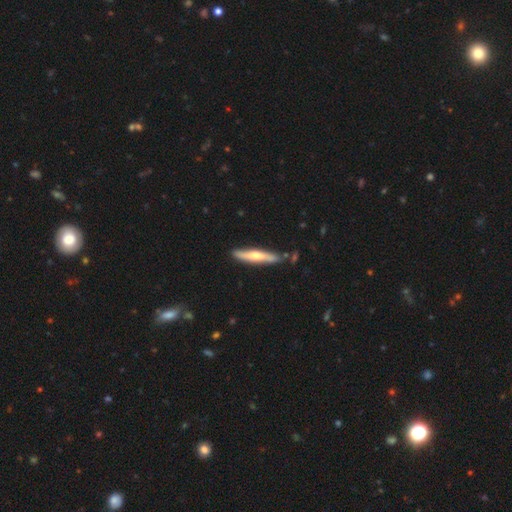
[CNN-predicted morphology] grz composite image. It shows a smooth galaxy with no disk features (53%) that is cigar-shaped (90%). Merging: none (82%).